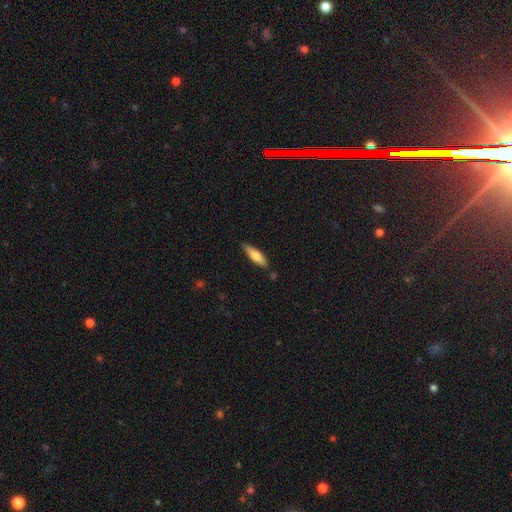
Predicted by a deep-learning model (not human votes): A smooth galaxy with no disk features (64%) that is cigar-shaped (66%).

Vote fractions:
- Smooth or featured? smooth: 64% / featured or disk: 30% / star or artifact: 6%
- How rounded? cigar-shaped: 66% / in between: 33% / round: 2%
- Merging? none: 84% / minor disturbance: 11% / merger: 2% / major disturbance: 2%